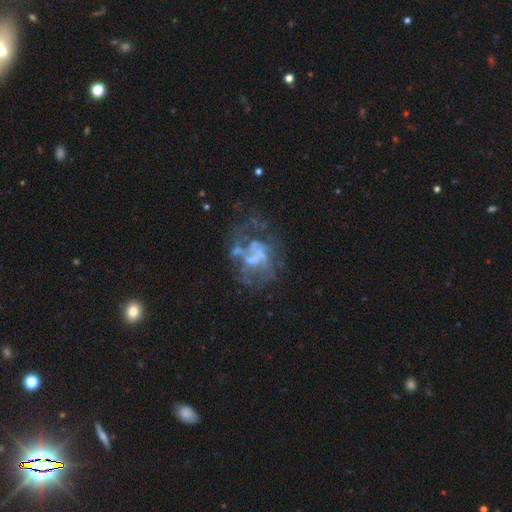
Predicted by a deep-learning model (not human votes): Morphology: type=featured or disk (69%); edge-on=no (98%); bar=no (78%); spiral arms=no (75%); bulge=none (63%); merging=none (37%, tied with major disturbance).